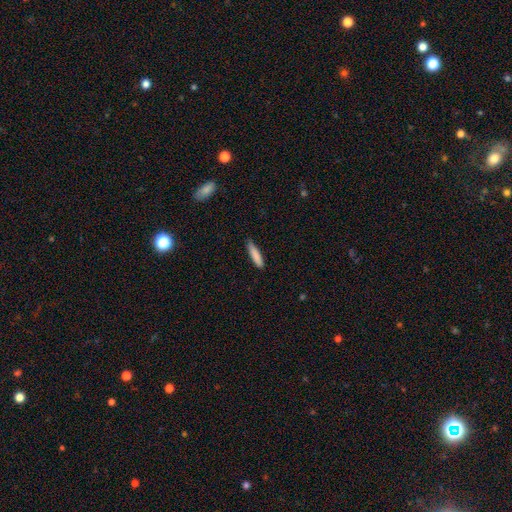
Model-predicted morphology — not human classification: Q: Smooth or featured?
A: smooth (85%); runner-up: featured or disk (9%)
Q: How rounded?
A: cigar-shaped (85%); runner-up: in between (14%)
Q: Merging?
A: none (86%); runner-up: minor disturbance (11%)